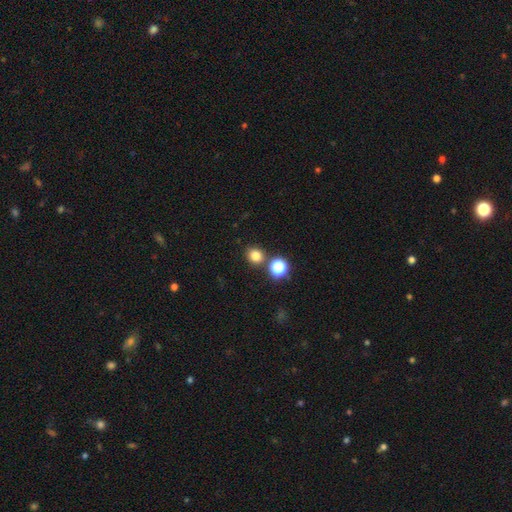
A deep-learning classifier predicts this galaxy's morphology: This appears to be a smooth galaxy with no disk features (78%) that is round (77%). Merging: none (78%).